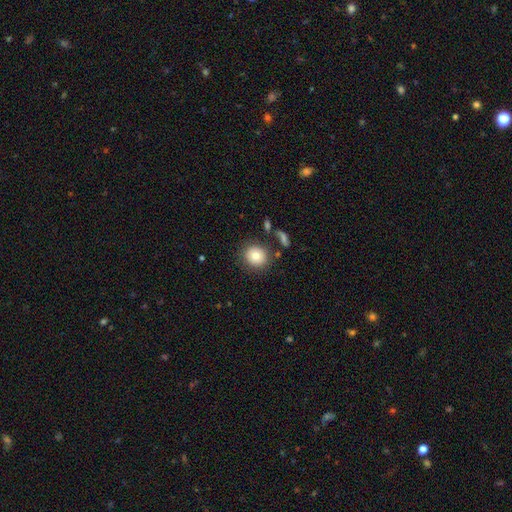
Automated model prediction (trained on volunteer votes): A smooth galaxy with no disk features (78%) that is round (87%). Merging: none (81%).